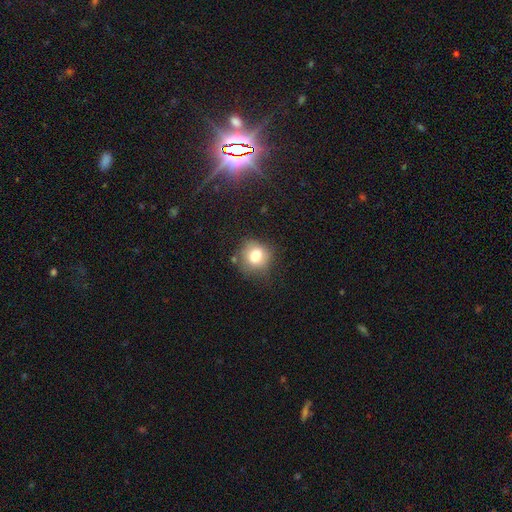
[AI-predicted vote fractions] A smooth galaxy with no disk features (77%) that is round (83%).

Vote fractions:
- Smooth or featured? smooth: 77% / star or artifact: 12% / featured or disk: 11%
- How rounded? round: 83% / in between: 16% / cigar-shaped: 1%
- Merging? none: 75% / minor disturbance: 17% / major disturbance: 5% / merger: 3%